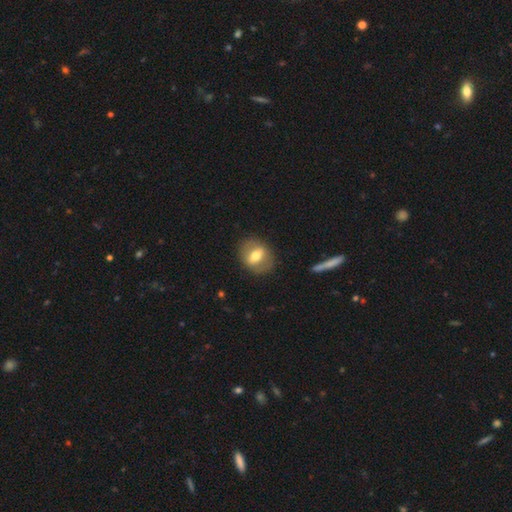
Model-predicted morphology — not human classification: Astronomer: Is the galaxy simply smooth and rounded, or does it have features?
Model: smooth — 54% (runner-up: featured or disk, 38%).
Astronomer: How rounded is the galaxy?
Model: in between — 53% (runner-up: round, 45%).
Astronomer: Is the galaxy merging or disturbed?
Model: none — 82%.